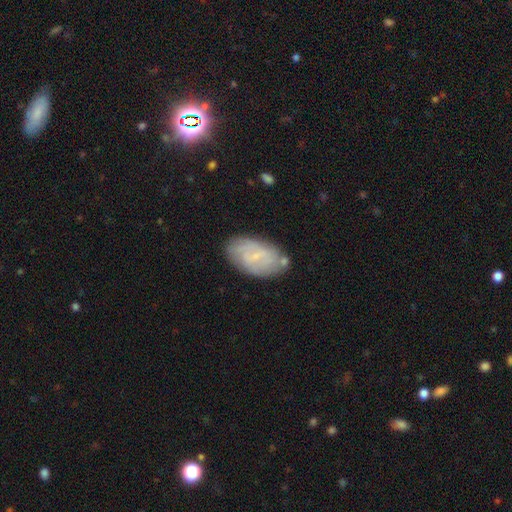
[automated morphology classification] This is possibly a featured or disk galaxy (51%). It is clearly not viewed edge-on (94%). Merging: likely none (70%).